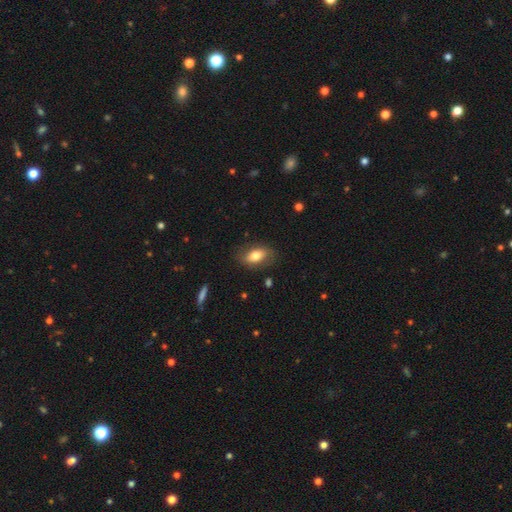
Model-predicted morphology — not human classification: Overall: smooth (69%). How rounded: in between (88%). Merging: none (77%).